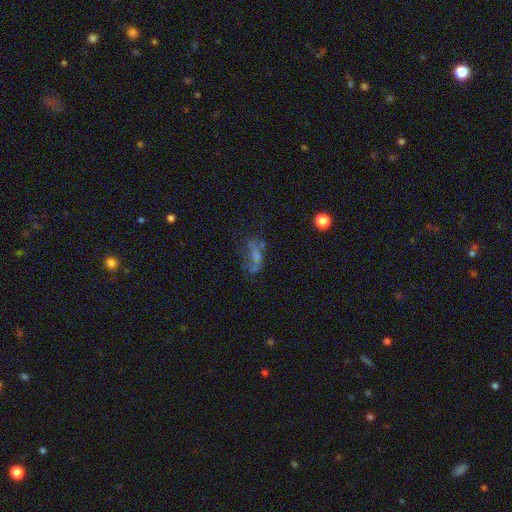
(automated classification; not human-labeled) The model was most divided on "merging": none: 36%, major disturbance: 33%, minor disturbance: 19%, merger: 13%. Remaining: smooth or featured — featured or disk (42%).